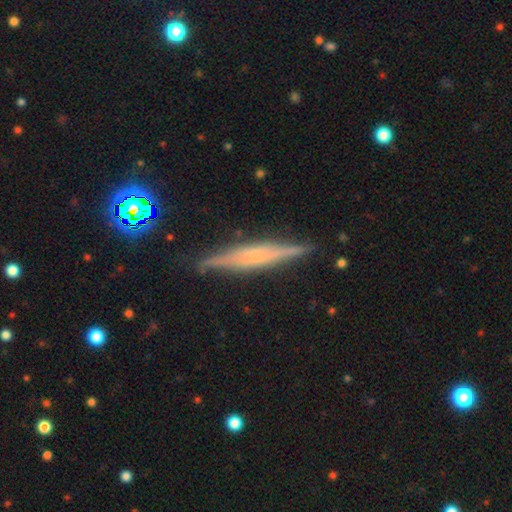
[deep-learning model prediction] Smooth or featured? featured or disk (66%)
Edge-on disk? yes (96%)
Edge-on bulge? rounded (38%)
Merging? none (85%)